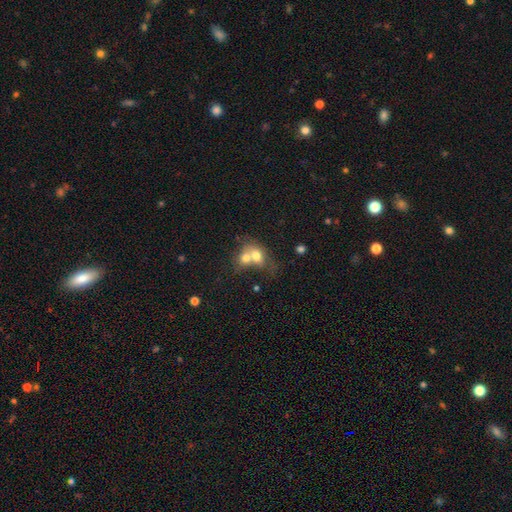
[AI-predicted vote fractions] Smooth or featured? smooth (68%)
How rounded? in between (50%)
Merging? merger (73%)